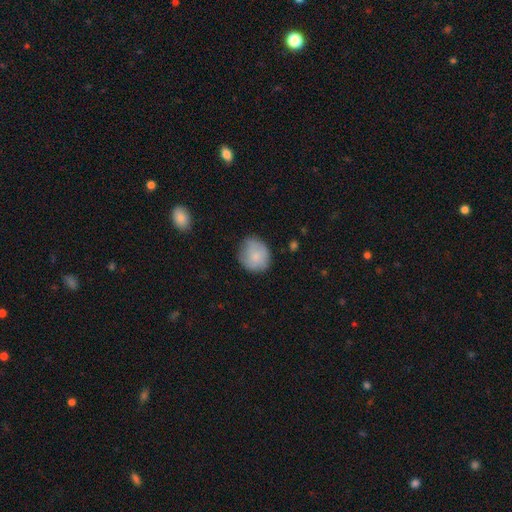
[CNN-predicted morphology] A smooth galaxy with no disk features (79%) that is round (78%).

Vote fractions:
- Smooth or featured? smooth: 79% / featured or disk: 15% / star or artifact: 7%
- How rounded? round: 78% / in between: 21% / cigar-shaped: 1%
- Merging? none: 69% / minor disturbance: 24% / major disturbance: 6% / merger: 2%